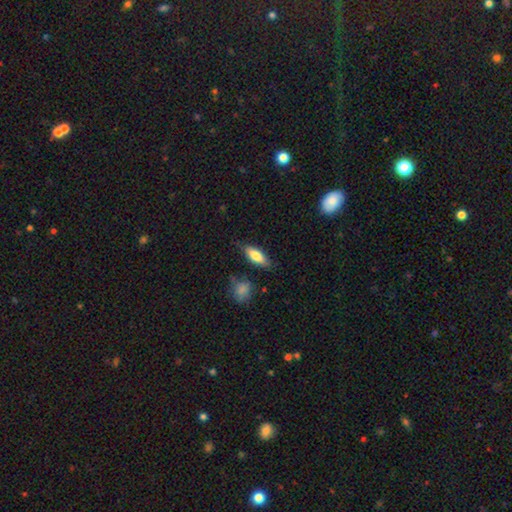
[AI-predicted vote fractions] Overall: smooth (76%). How rounded: in between (68%; cigar-shaped 30%). Merging: none (79%).